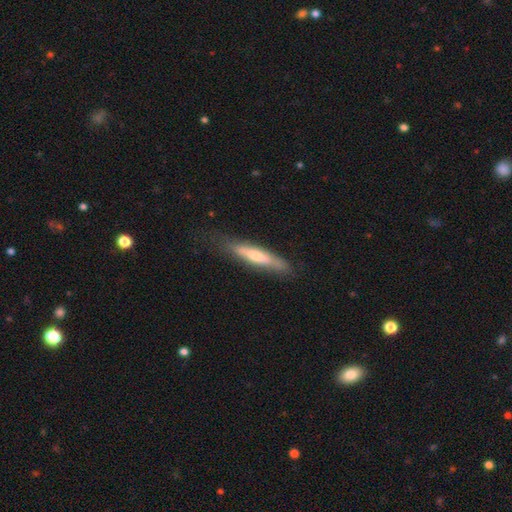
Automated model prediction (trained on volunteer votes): Overall: featured or disk (50%; smooth 43%). Merging: none (75%).